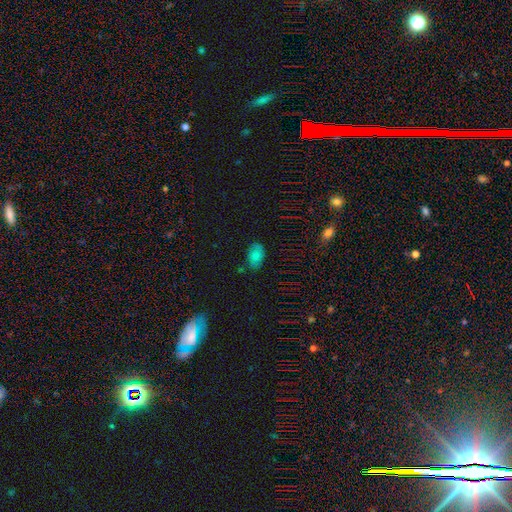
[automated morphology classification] type=smooth (77%); roundness=in between (92%); merging=none (74%).